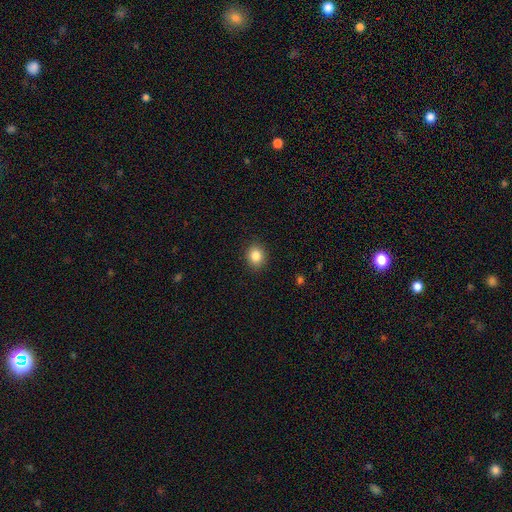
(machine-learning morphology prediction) This is clearly a smooth galaxy (85%). How rounded: likely round (72%). Merging: clearly none (90%).